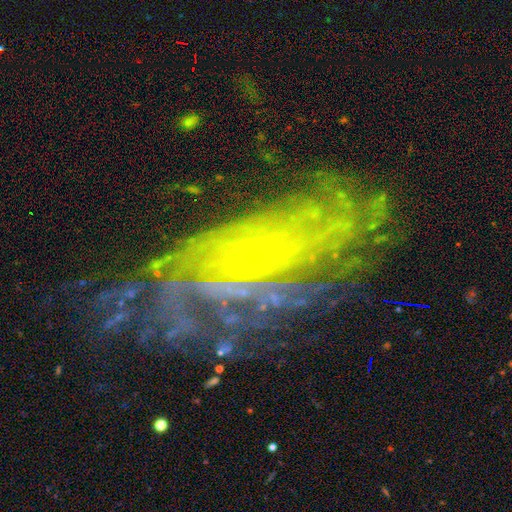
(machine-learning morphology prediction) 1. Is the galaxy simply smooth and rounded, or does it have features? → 83% featured or disk, 9% star or artifact, 8% smooth.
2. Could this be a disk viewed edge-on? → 93% no, 7% yes.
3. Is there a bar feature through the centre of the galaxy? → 70% no, 23% weak, 7% strong.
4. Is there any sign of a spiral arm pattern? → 92% yes, 8% no.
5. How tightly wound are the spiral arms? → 62% tight, 28% medium, 10% loose.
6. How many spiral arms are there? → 39% can't tell, 19% more than 4, 16% 4, 10% 2, 10% 3, 7% 1.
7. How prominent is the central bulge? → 84% small, 8% none, 6% moderate, 1% large, 1% dominant.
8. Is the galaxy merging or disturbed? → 67% none, 19% minor disturbance, 12% major disturbance, 3% merger.